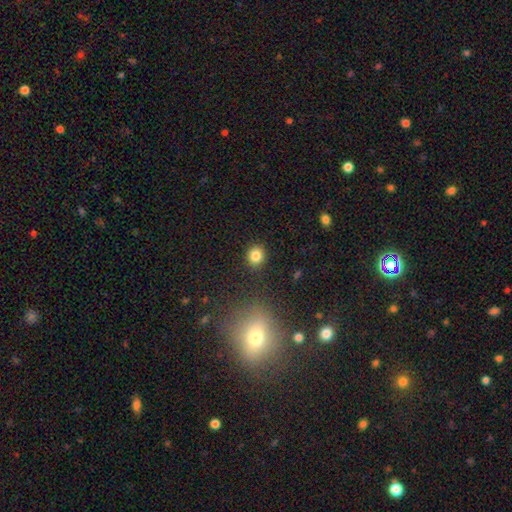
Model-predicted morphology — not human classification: Overall: smooth (84%). How rounded: round (81%). Merging: none (89%).